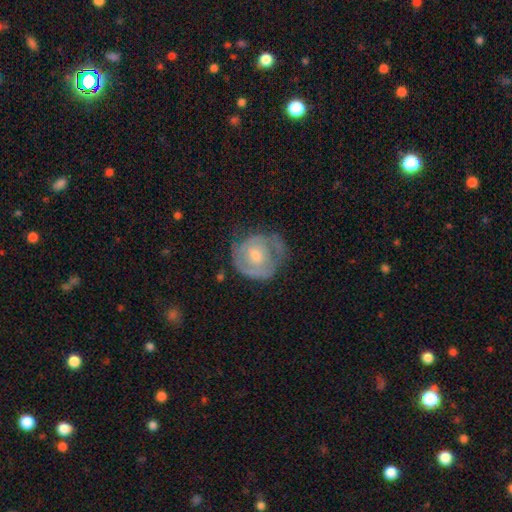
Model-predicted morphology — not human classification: Smooth or featured: featured or disk — 66% (smooth — 28%)
Edge-on disk: no — 97% (yes — 3%)
Bar: no — 67% (weak — 28%)
Spiral arms: yes — 70% (no — 30%)
Bulge size: moderate — 47% (small — 45%)
Merging: none — 55% (minor disturbance — 26%)